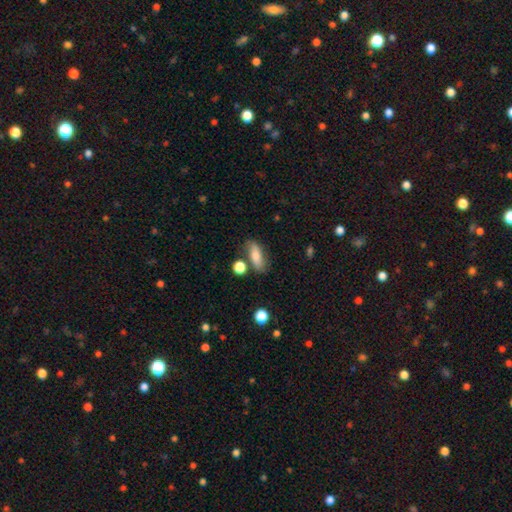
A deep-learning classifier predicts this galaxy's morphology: This appears to be a smooth galaxy with no disk features (69%) that is in between round and cigar-shaped (70%). Merging: none (69%).